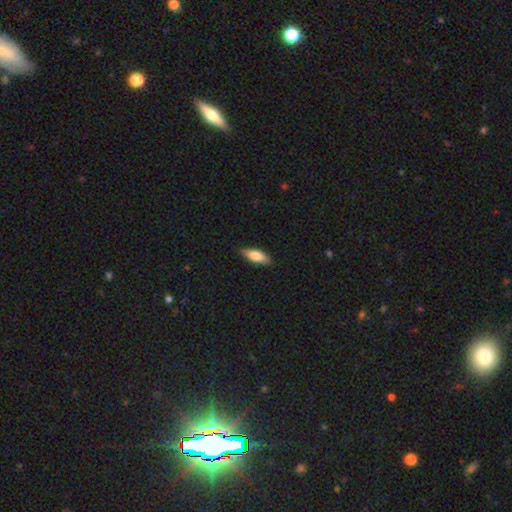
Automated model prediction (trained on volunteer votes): smooth_or_featured: smooth (p=0.71) [alt: featured or disk p=0.23]
how_rounded: in between (p=0.66) [alt: cigar-shaped p=0.32]
merging: none (p=0.86) [alt: minor disturbance p=0.11]